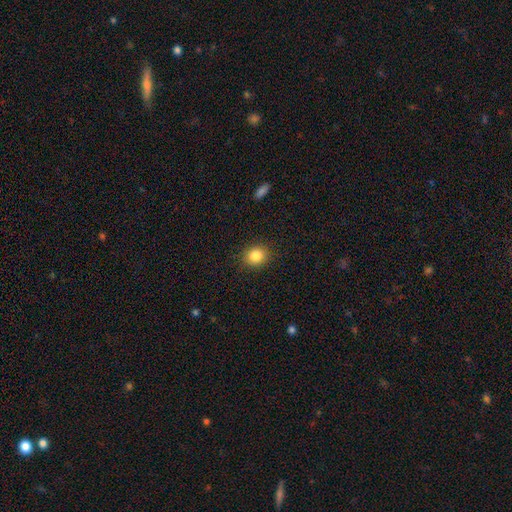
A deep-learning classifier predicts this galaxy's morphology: A smooth galaxy with no disk features (84%) that is round (72%).

Vote fractions:
- Smooth or featured? smooth: 84% / star or artifact: 10% / featured or disk: 5%
- How rounded? round: 72% / in between: 27% / cigar-shaped: 1%
- Merging? none: 89% / minor disturbance: 8% / major disturbance: 2% / merger: 1%